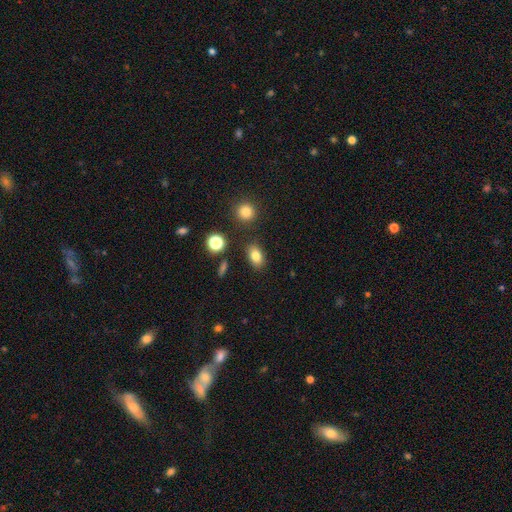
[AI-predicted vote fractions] Q: Smooth or featured?
A: smooth (79%); runner-up: star or artifact (12%)
Q: How rounded?
A: in between (80%); runner-up: round (17%)
Q: Merging?
A: none (83%); runner-up: minor disturbance (10%)